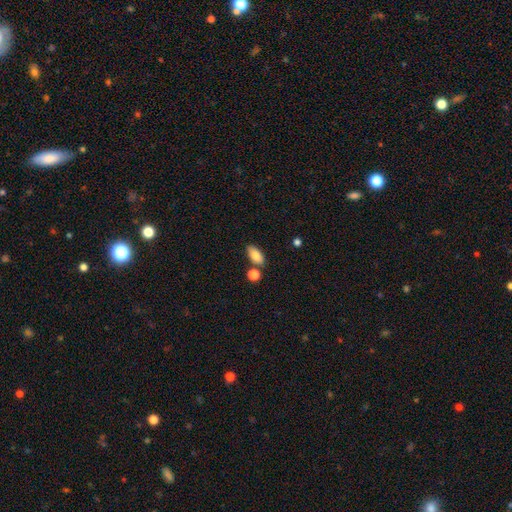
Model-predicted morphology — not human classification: A smooth galaxy with no disk features (85%) that is in between round and cigar-shaped (90%). Merging: none (73%).